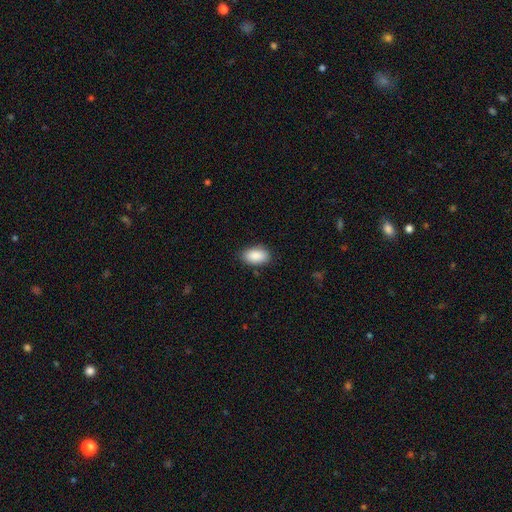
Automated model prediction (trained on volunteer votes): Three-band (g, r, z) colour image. It shows a smooth galaxy with no disk features (90%) that is in between round and cigar-shaped (94%). Merging: none (86%).